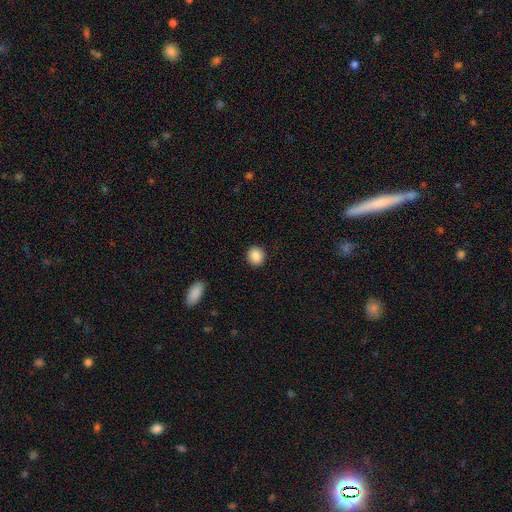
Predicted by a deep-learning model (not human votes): This appears to be a smooth galaxy with no disk features (88%) that is round (79%). Merging: none (91%).